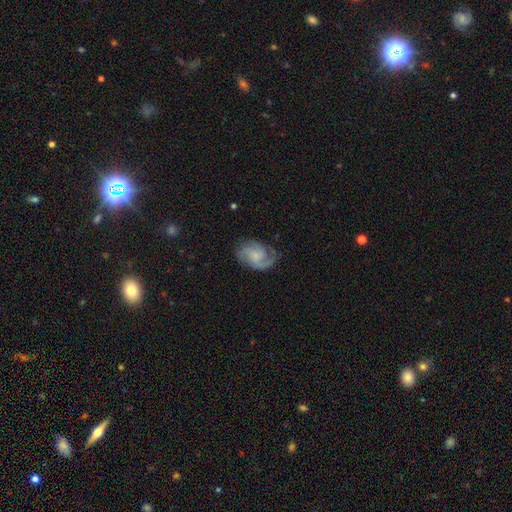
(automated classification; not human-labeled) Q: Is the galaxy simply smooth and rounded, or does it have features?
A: featured or disk — 78%.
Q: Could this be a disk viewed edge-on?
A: no — 98%.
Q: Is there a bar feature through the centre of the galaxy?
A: no — 66%.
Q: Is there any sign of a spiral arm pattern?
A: yes — 96%.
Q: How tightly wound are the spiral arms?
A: medium — 48%.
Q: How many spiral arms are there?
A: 2 — 45%.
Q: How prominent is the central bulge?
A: small — 52%.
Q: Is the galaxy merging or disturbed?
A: none — 66%.